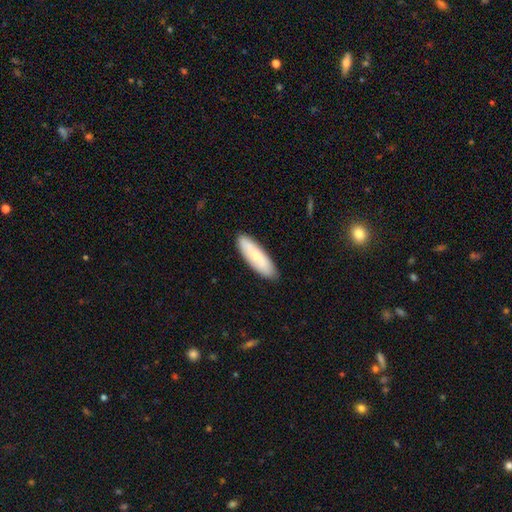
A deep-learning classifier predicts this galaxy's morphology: Smooth or featured? smooth (77%)
How rounded? cigar-shaped (61%)
Merging? none (89%)